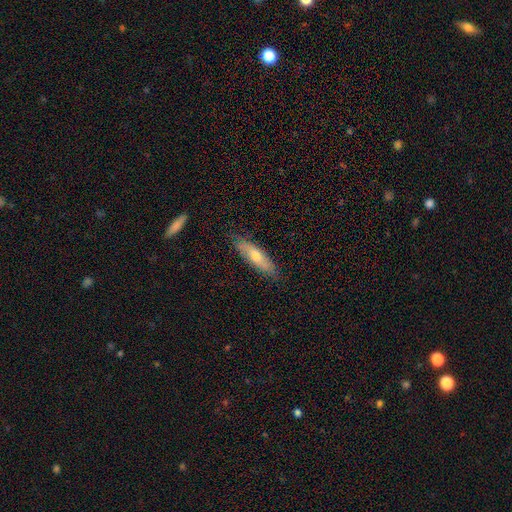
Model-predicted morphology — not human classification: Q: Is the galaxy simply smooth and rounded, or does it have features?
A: smooth — 60%.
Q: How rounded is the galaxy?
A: cigar-shaped — 63%.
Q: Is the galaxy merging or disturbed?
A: none — 82%.